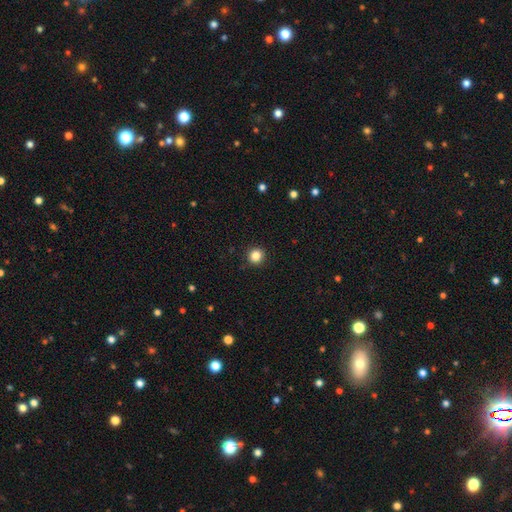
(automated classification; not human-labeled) Morphology: type=smooth (83%); roundness=round (94%); merging=none (93%).